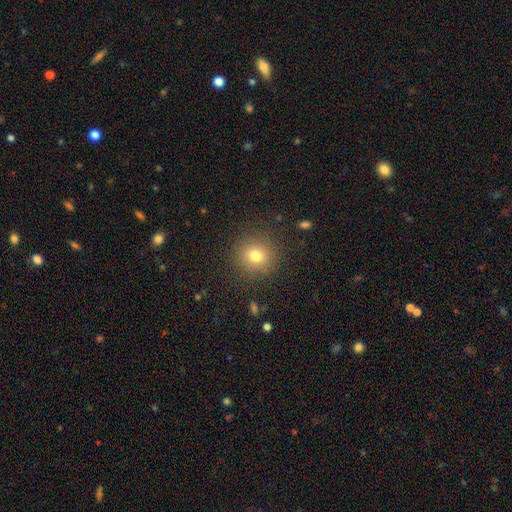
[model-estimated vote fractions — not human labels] smooth_or_featured: smooth (p=0.77) [alt: star or artifact p=0.14]
how_rounded: round (p=0.92) [alt: in between p=0.07]
merging: none (p=0.88) [alt: minor disturbance p=0.07]